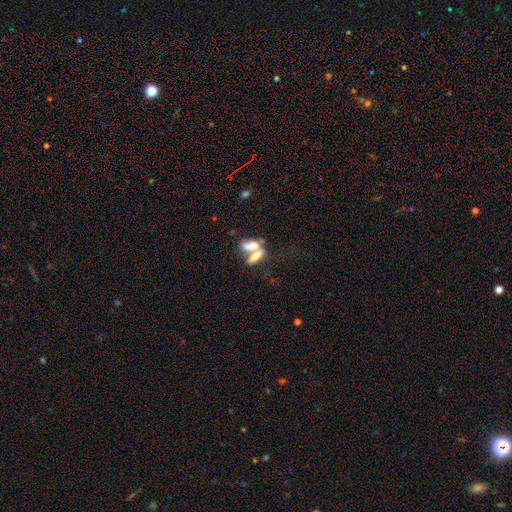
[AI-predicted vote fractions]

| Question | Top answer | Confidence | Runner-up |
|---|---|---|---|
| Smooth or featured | smooth | 63% | featured or disk (28%) |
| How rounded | in between | 69% | cigar-shaped (25%) |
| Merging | merger | 64% | none (23%) |